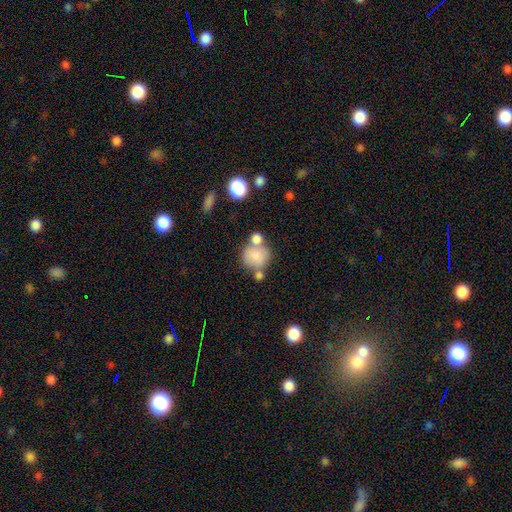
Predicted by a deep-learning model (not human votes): smooth 75%, featured or disk 16%, star or artifact 9%. Down the decision tree: how rounded — round (76%); merging — none (42%).